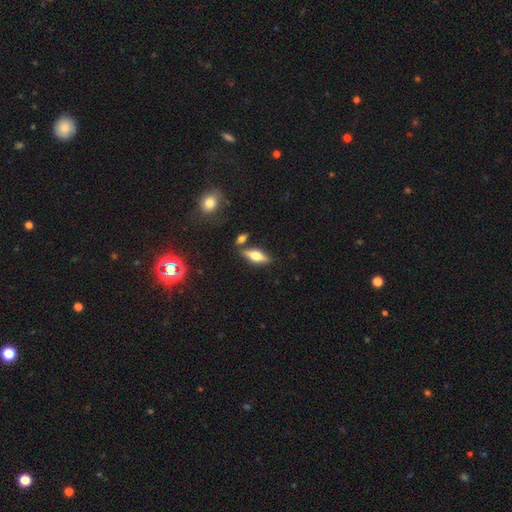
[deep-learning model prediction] smooth-or-featured: featured or disk: 53% | smooth: 39% | star or artifact: 7%
  disk-edge-on: yes: 93% | no: 7%
  merging: none: 79% | minor disturbance: 10% | merger: 7% | major disturbance: 3%